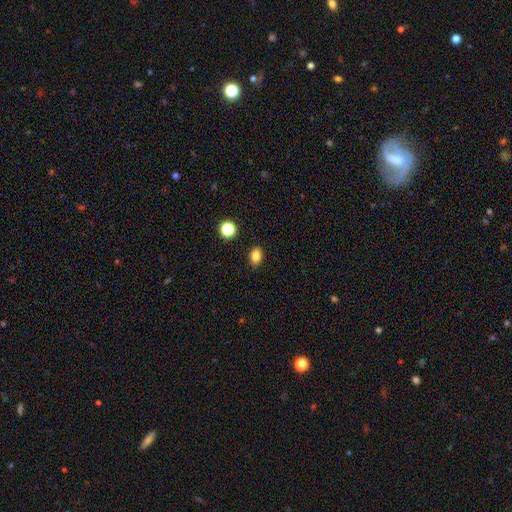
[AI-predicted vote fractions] Smooth or featured? Predicted: smooth (p=0.83). How rounded? Predicted: in between (p=0.79). Merging? Predicted: none (p=0.88).